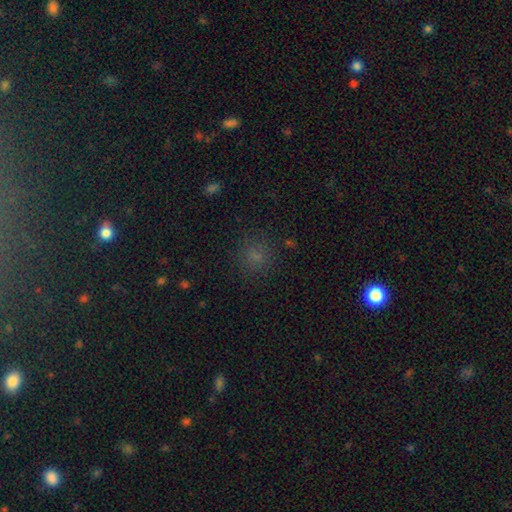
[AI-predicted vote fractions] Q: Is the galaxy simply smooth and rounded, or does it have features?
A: smooth — 71%.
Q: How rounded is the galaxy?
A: round — 85%.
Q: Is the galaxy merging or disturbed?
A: none — 83%.